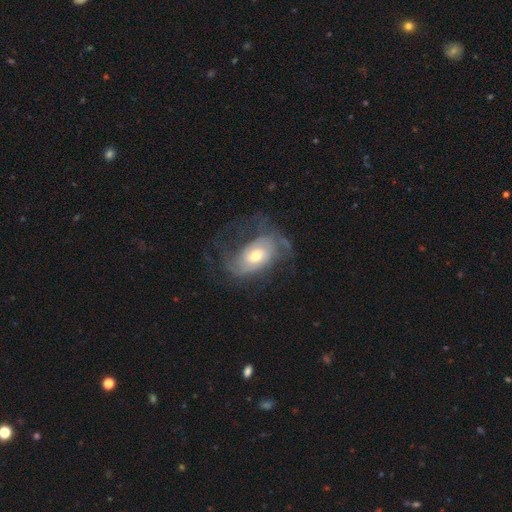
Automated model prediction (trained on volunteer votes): The model was most divided on "spiral winding": medium: 39%, tight: 33%, loose: 28%. Remaining: edge-on disk — no (95%); spiral arms — yes (82%); smooth or featured — featured or disk (72%); bulge size — moderate (67%); bar — no (64%); merging — none (48%); spiral arm count — 2 (43%).